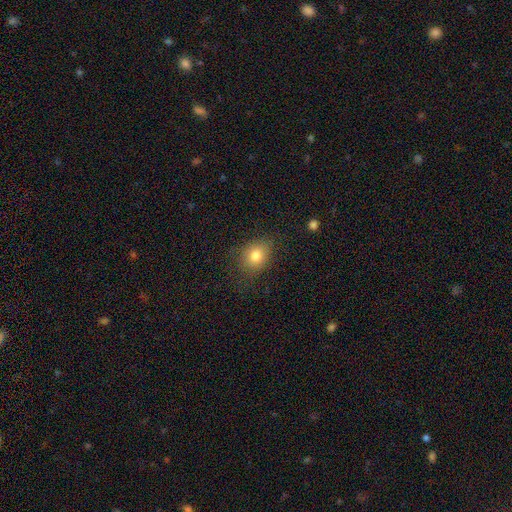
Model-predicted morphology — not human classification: Smooth or featured? smooth (80%)
How rounded? in between (50%)
Merging? none (74%)